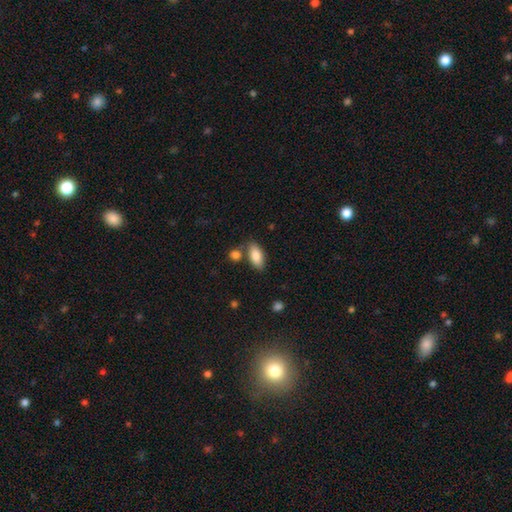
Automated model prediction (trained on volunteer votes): This is clearly a smooth galaxy (84%). How rounded: clearly in between (88%). Merging: likely none (71%).